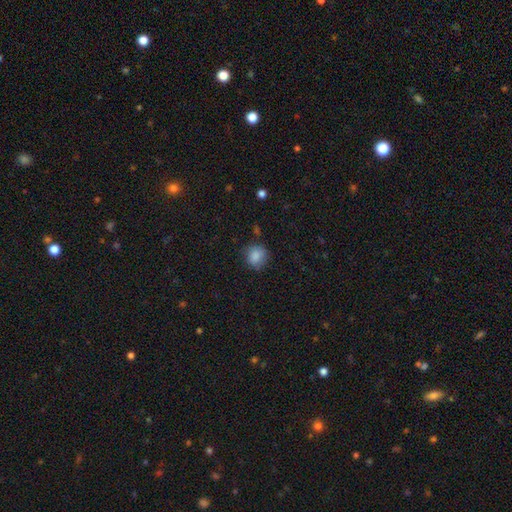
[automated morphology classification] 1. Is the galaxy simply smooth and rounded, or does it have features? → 85% smooth, 9% star or artifact, 6% featured or disk.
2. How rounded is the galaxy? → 80% round, 19% in between, 1% cigar-shaped.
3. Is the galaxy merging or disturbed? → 76% none, 17% minor disturbance, 4% major disturbance, 2% merger.